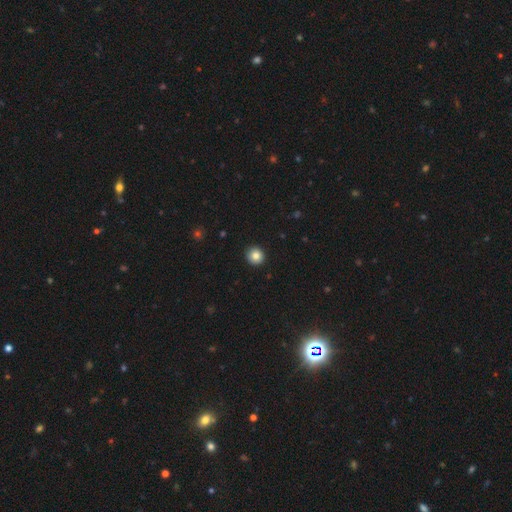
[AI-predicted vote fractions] Smooth or featured: smooth — 84% (star or artifact — 10%)
How rounded: round — 95% (in between — 4%)
Merging: none — 93% (minor disturbance — 5%)